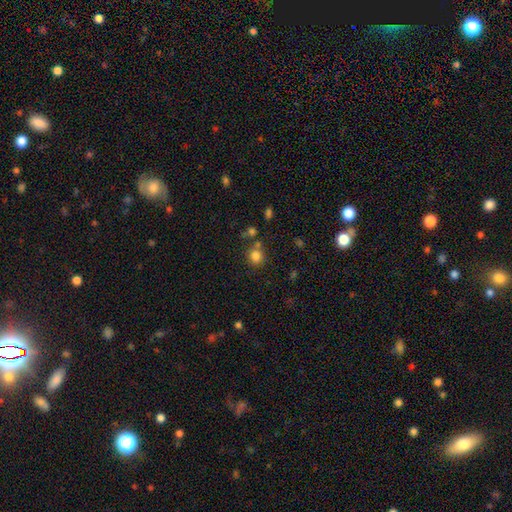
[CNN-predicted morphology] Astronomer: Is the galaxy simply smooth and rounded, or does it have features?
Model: smooth — 81%.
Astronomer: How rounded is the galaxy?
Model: round — 84%.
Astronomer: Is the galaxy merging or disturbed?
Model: none — 69%.